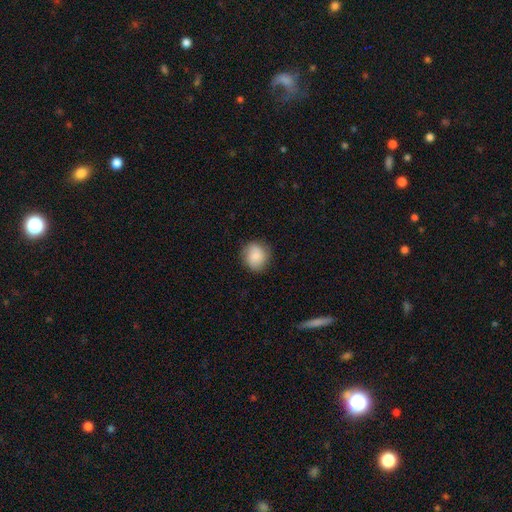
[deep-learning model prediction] This appears to be a smooth galaxy with no disk features (81%) that is round (84%). Merging: none (83%).